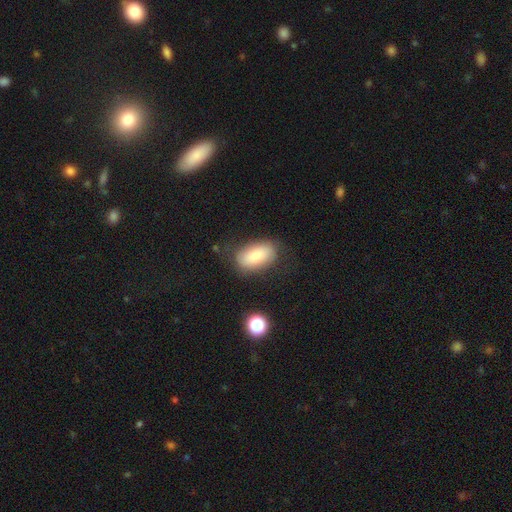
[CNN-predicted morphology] smooth 77%, featured or disk 15%, star or artifact 8%. Down the decision tree: how rounded — in between (92%); merging — none (74%).